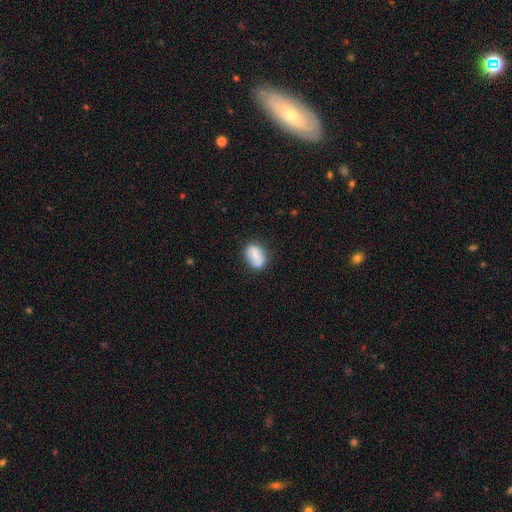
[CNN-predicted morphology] smooth 73%, featured or disk 19%, star or artifact 7%. Down the decision tree: how rounded — in between (76%); merging — none (77%).